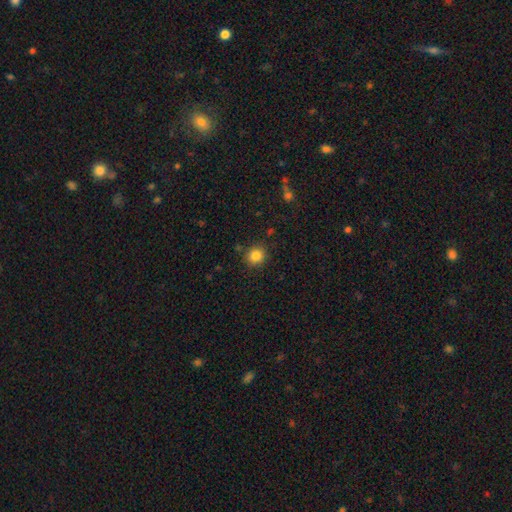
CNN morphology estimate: smooth_or_featured: smooth (p=0.84) [alt: star or artifact p=0.11]
how_rounded: round (p=0.89) [alt: in between p=0.10]
merging: none (p=0.87) [alt: minor disturbance p=0.08]